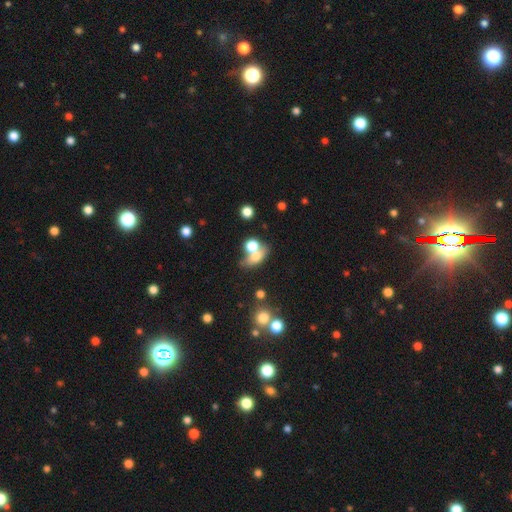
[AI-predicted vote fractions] Smooth or featured?
  - smooth: 66% *
  - featured or disk: 19%
  - star or artifact: 14%
How rounded?
  - in between: 65% *
  - round: 28%
  - cigar-shaped: 8%
Merging?
  - merger: 40% *
  - none: 39%
  - minor disturbance: 13%
  - major disturbance: 9%